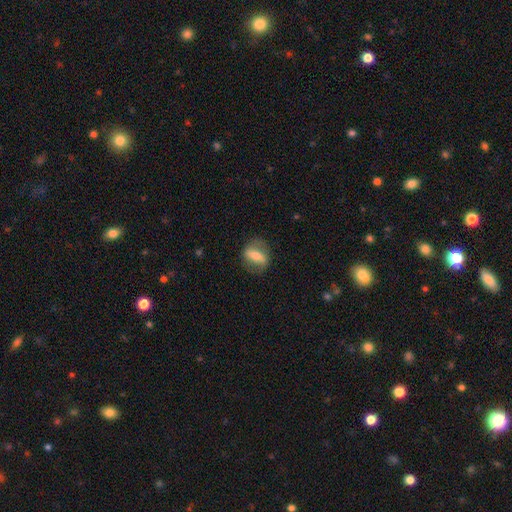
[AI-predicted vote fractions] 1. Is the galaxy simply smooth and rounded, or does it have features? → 51% featured or disk, 42% smooth, 7% star or artifact.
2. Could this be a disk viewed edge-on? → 74% no, 26% yes.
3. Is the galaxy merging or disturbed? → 77% none, 15% minor disturbance, 7% major disturbance, 1% merger.